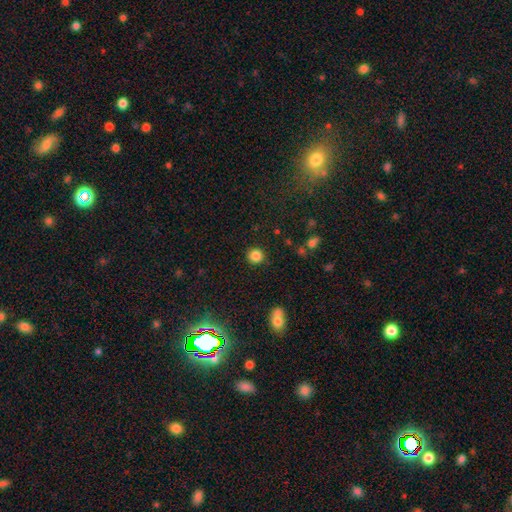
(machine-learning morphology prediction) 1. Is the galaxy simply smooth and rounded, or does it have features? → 85% smooth, 11% star or artifact, 4% featured or disk.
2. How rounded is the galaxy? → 92% round, 7% in between, 1% cigar-shaped.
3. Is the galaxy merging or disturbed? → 90% none, 6% minor disturbance, 2% major disturbance, 2% merger.